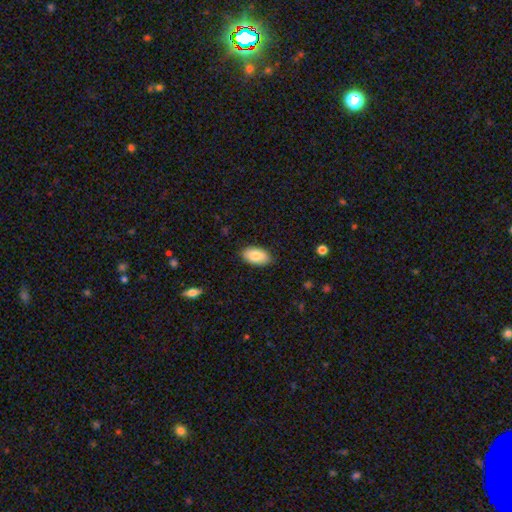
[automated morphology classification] Smooth or featured? Predicted: smooth (p=0.86). How rounded? Predicted: in between (p=0.95). Merging? Predicted: none (p=0.85).